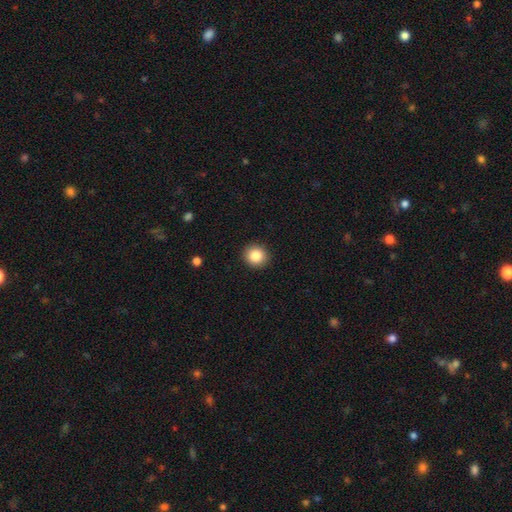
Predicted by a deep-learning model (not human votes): A smooth galaxy with no disk features (85%) that is round (91%).

Vote fractions:
- Smooth or featured? smooth: 85% / star or artifact: 9% / featured or disk: 6%
- How rounded? round: 91% / in between: 8% / cigar-shaped: 1%
- Merging? none: 92% / minor disturbance: 5% / major disturbance: 2% / merger: 1%